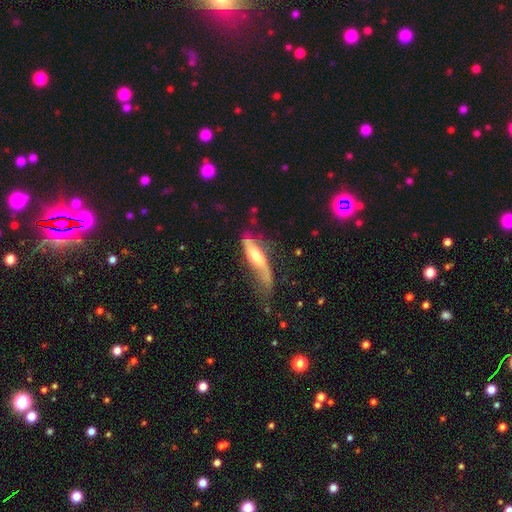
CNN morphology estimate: A featured or disk galaxy (53%). Merging: none (36%).